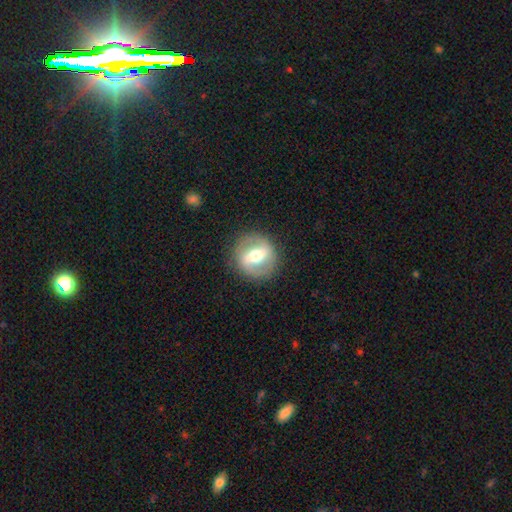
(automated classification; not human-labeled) featured or disk 67%, smooth 27%, star or artifact 6%. Down the decision tree: edge-on disk — no (91%); bar — strong (58%); spiral arms — yes (51%); bulge size — moderate (70%); merging — none (86%).